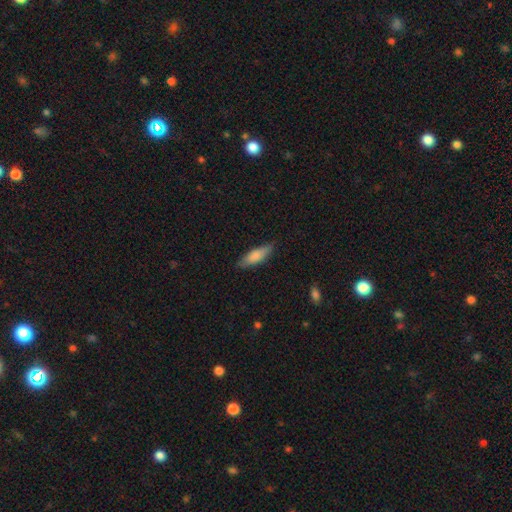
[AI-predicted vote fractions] Smooth or featured?
  - smooth: 79% *
  - featured or disk: 15%
  - star or artifact: 6%
How rounded?
  - in between: 49% * (tied)
  - cigar-shaped: 49% * (tied)
  - round: 2%
Merging?
  - none: 81% *
  - minor disturbance: 15%
  - major disturbance: 3%
  - merger: 1%